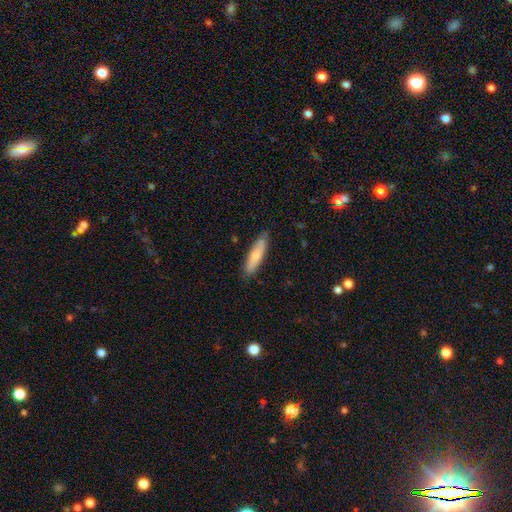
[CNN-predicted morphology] smooth-or-featured: smooth: 69% | featured or disk: 26% | star or artifact: 6%
  how-rounded: cigar-shaped: 68% | in between: 30% | round: 2%
  merging: none: 83% | minor disturbance: 14% | major disturbance: 2% | merger: 1%